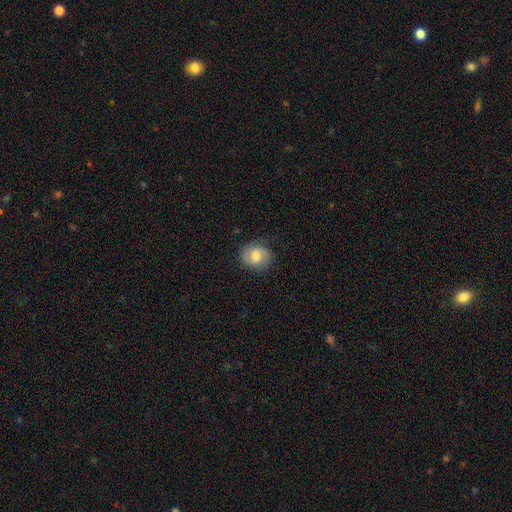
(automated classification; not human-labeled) Morphology: type=smooth (56%); roundness=round (67%); merging=none (79%).